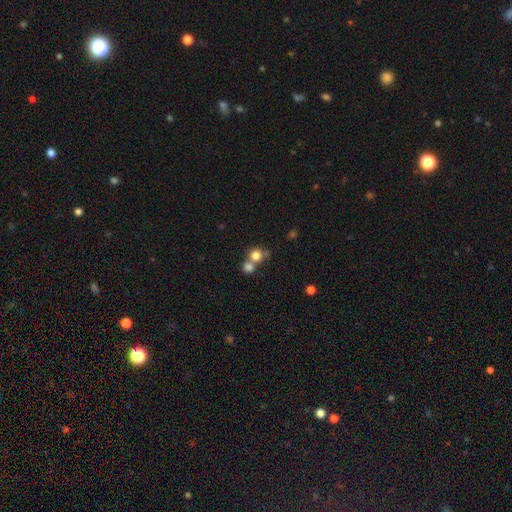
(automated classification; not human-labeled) This appears to be a smooth galaxy with no disk features (80%) that is round (83%). Merging: merger (50%).